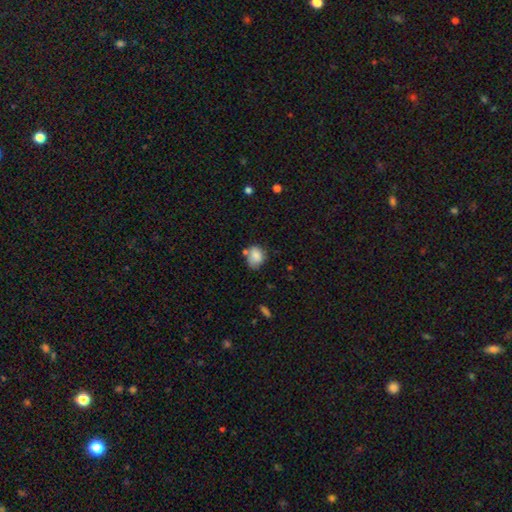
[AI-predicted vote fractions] A smooth galaxy with no disk features (80%) that is in between round and cigar-shaped (53%). Merging: none (50%).